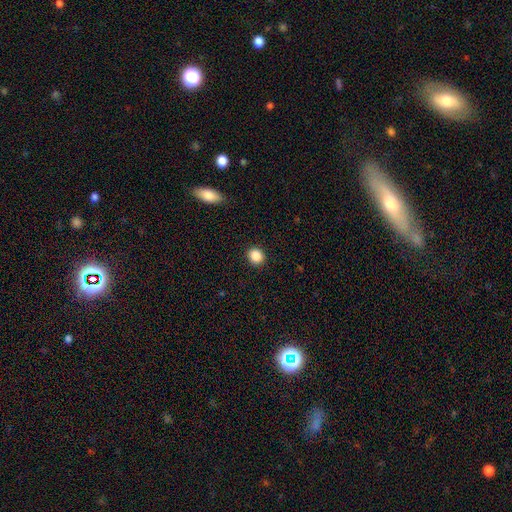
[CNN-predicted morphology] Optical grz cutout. It shows a smooth galaxy with no disk features (87%) that is round (78%). Merging: none (92%).